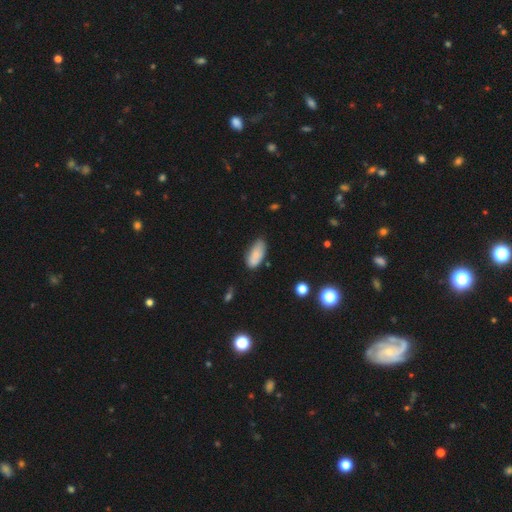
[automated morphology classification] Smooth or featured? Predicted: smooth (p=0.74). How rounded? Predicted: in between (p=0.91). Merging? Predicted: none (p=0.68).